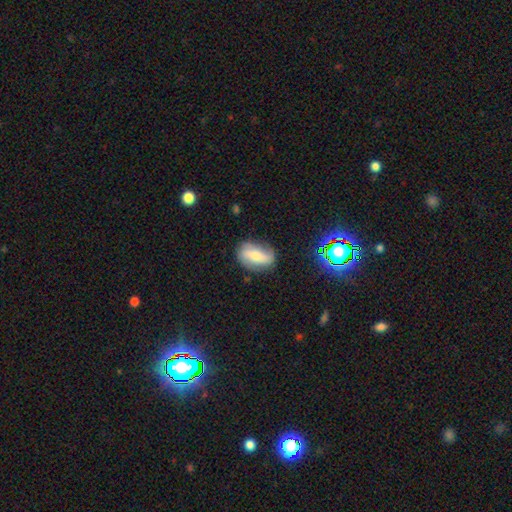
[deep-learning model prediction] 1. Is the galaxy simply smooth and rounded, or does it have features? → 45% featured or disk (tied), 45% smooth (tied), 9% star or artifact.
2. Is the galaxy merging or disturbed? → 74% none, 19% minor disturbance, 6% major disturbance, 2% merger.